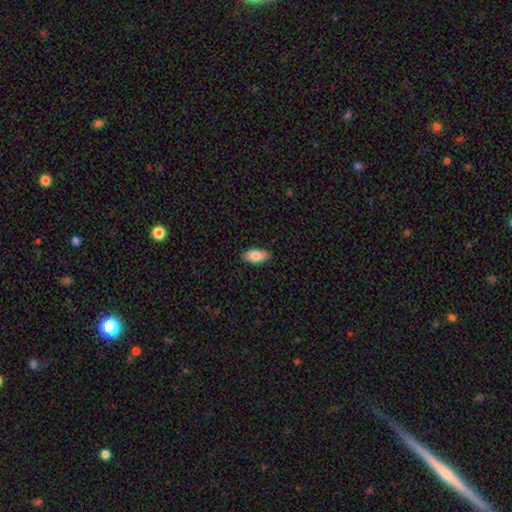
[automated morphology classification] Smooth or featured?
  - smooth: 83% *
  - featured or disk: 10%
  - star or artifact: 6%
How rounded?
  - in between: 92% *
  - cigar-shaped: 5%
  - round: 3%
Merging?
  - none: 88% *
  - minor disturbance: 9%
  - major disturbance: 2%
  - merger: 1%